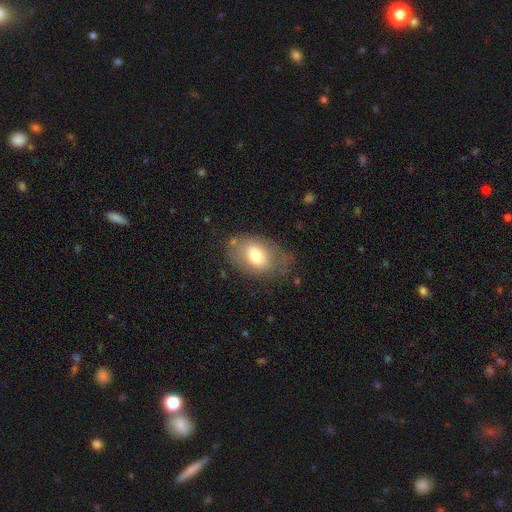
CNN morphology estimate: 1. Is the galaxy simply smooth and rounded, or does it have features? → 68% smooth, 24% featured or disk, 8% star or artifact.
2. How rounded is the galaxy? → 84% in between, 14% round, 1% cigar-shaped.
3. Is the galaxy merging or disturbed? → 67% none, 21% minor disturbance, 9% major disturbance, 3% merger.